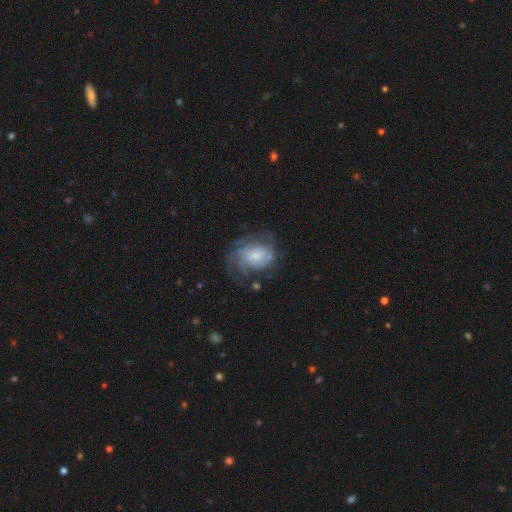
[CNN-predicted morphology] This appears to be a featured or disk galaxy (59%) with no bar (65%), spiral arms (75%) and a small central bulge (40%). Merging: none (50%).